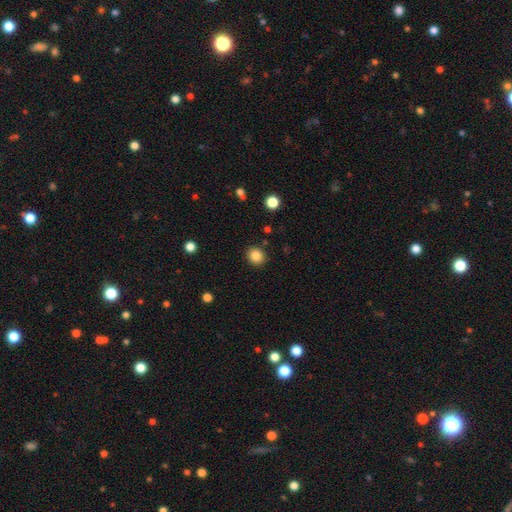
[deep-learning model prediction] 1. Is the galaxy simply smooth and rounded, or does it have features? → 85% smooth, 10% star or artifact, 5% featured or disk.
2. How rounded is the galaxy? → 79% round, 20% in between, 1% cigar-shaped.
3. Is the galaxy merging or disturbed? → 90% none, 7% minor disturbance, 2% major disturbance, 2% merger.